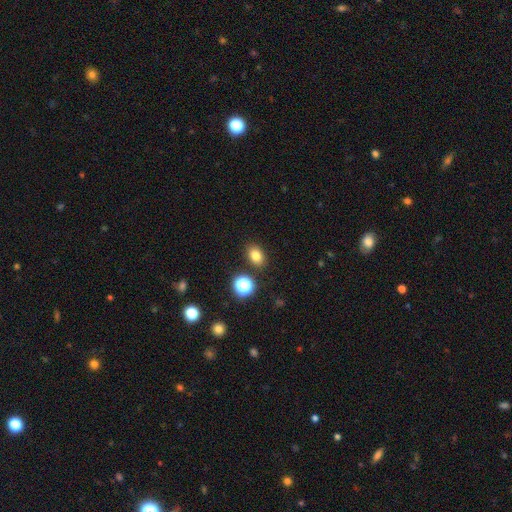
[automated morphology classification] smooth-or-featured: smooth: 79% | star or artifact: 14% | featured or disk: 7%
  how-rounded: in between: 68% | round: 31% | cigar-shaped: 1%
  merging: none: 85% | minor disturbance: 9% | merger: 4% | major disturbance: 3%